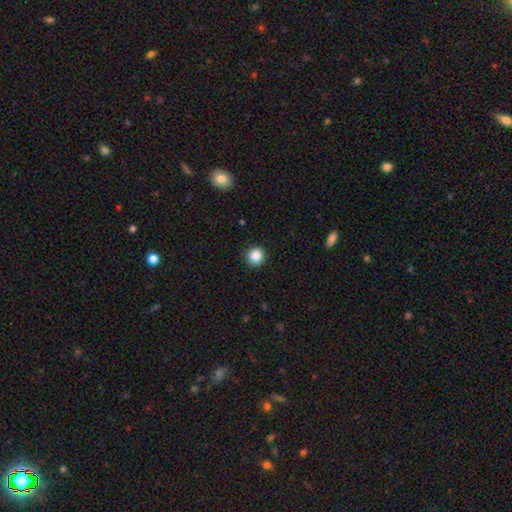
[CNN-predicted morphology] A smooth galaxy with no disk features (88%) that is round (93%).

Vote fractions:
- Smooth or featured? smooth: 88% / star or artifact: 10% / featured or disk: 3%
- How rounded? round: 93% / in between: 6% / cigar-shaped: 1%
- Merging? none: 92% / minor disturbance: 6% / major disturbance: 2% / merger: 1%